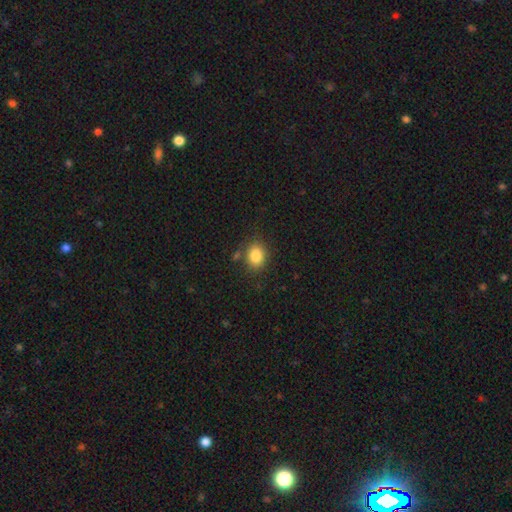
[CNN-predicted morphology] smooth 85%, star or artifact 9%, featured or disk 6%. Down the decision tree: how rounded — in between (55%); merging — none (78%).